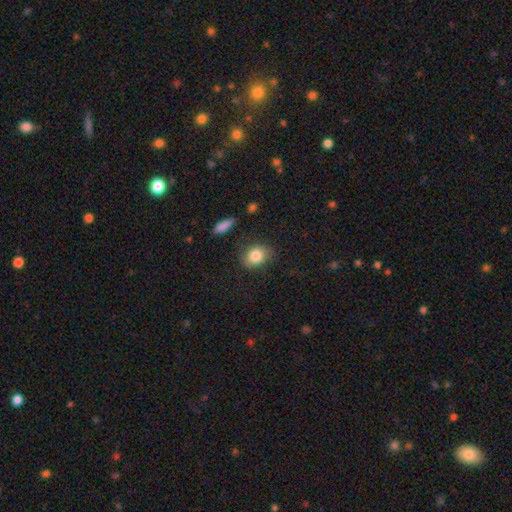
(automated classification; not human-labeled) smooth_or_featured: smooth (p=0.83) [alt: featured or disk p=0.09]
how_rounded: in between (p=0.58) [alt: round p=0.41]
merging: none (p=0.75) [alt: minor disturbance p=0.17]